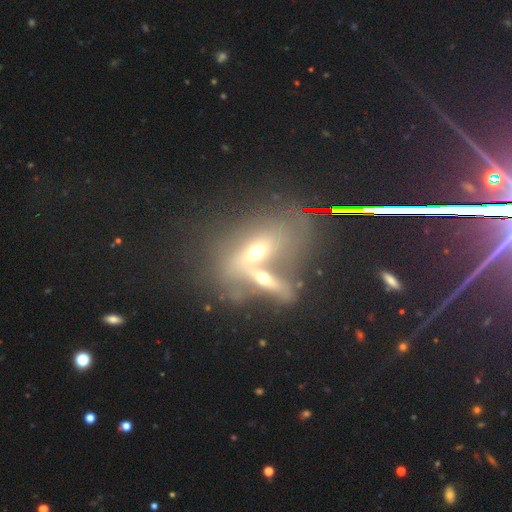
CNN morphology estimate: smooth 42%, featured or disk 41%, star or artifact 17%. Down the decision tree: merging — merger (62%).